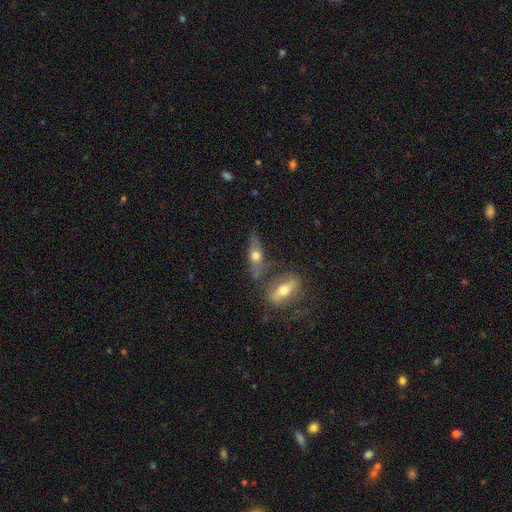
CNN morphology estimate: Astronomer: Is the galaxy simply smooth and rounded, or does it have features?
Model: featured or disk — 49% (runner-up: smooth, 43%).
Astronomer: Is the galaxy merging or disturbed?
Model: none — 60%.